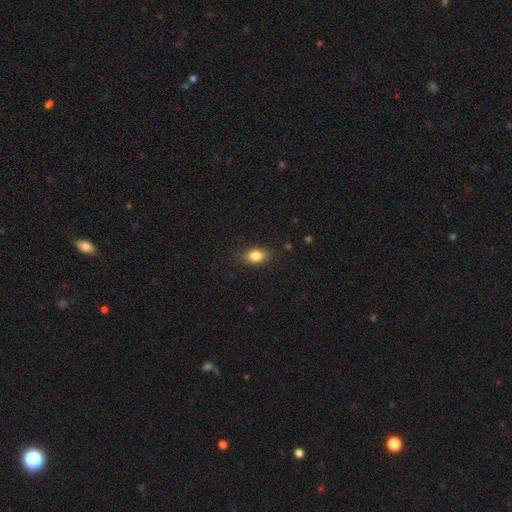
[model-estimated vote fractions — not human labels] smooth_or_featured: smooth (p=0.83) [alt: star or artifact p=0.09]
how_rounded: in between (p=0.80) [alt: round p=0.18]
merging: none (p=0.84) [alt: minor disturbance p=0.12]